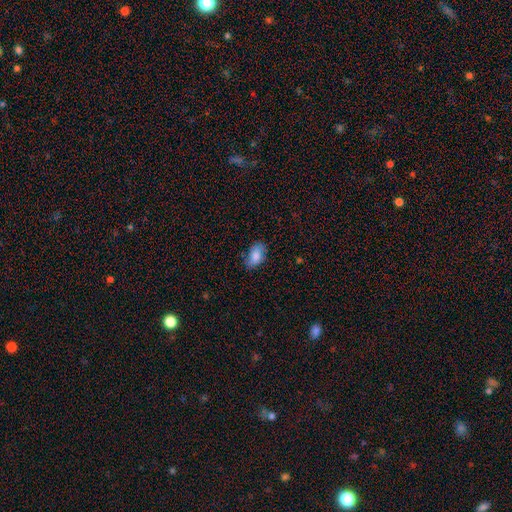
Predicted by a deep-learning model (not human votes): smooth-or-featured: smooth: 81% | featured or disk: 12% | star or artifact: 7%
  how-rounded: in between: 91% | round: 7% | cigar-shaped: 2%
  merging: none: 74% | minor disturbance: 20% | major disturbance: 4% | merger: 1%